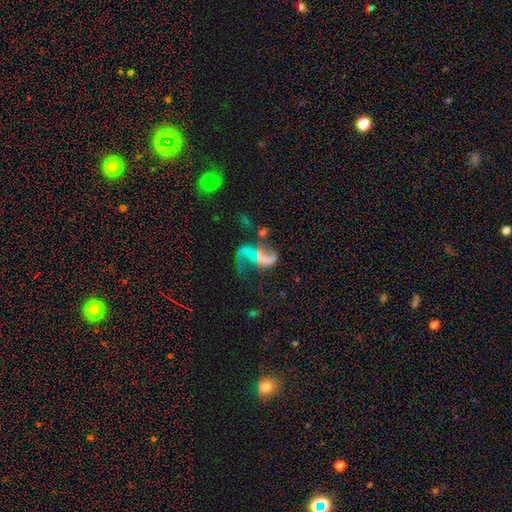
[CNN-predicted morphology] featured or disk 78%, smooth 12%, star or artifact 10%. Down the decision tree: edge-on disk — no (97%); bar — no (47%); spiral arms — yes (85%); spiral arm count — 2 (78%); spiral winding — loose (86%); bulge size — small (42%); merging — major disturbance (33%).